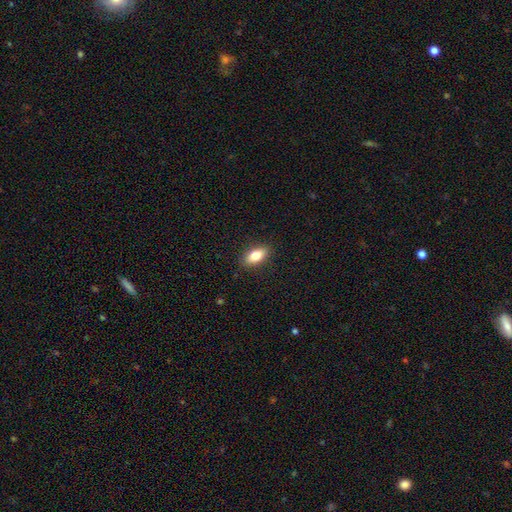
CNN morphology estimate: This appears to be a smooth galaxy with no disk features (78%) that is in between round and cigar-shaped (84%). Merging: none (88%).